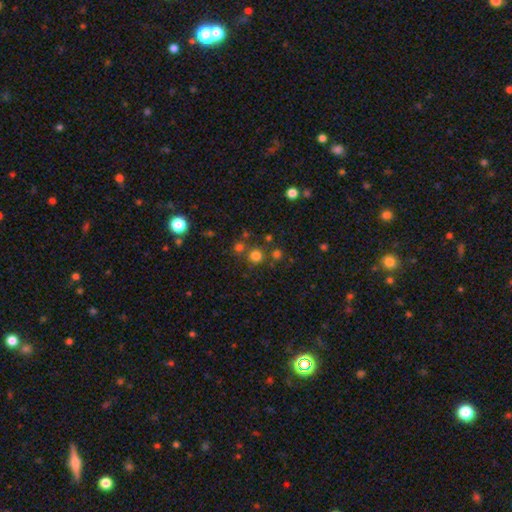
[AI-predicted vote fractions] Smooth or featured: smooth — 73% (star or artifact — 20%)
How rounded: round — 93% (in between — 6%)
Merging: none — 76% (merger — 14%)